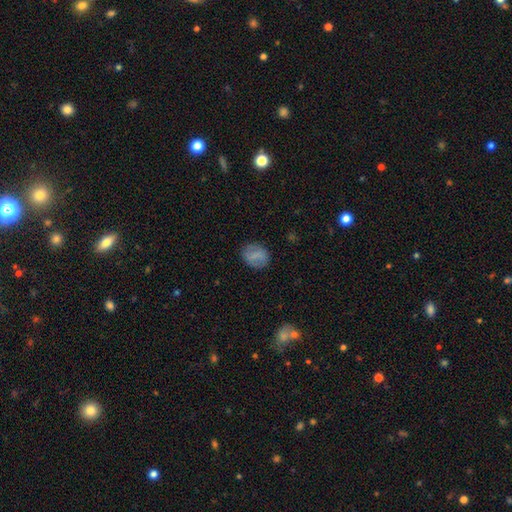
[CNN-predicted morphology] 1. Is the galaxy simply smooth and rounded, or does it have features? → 70% smooth, 21% featured or disk, 8% star or artifact.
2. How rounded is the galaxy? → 58% round, 40% in between, 1% cigar-shaped.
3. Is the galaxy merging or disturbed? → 84% none, 11% minor disturbance, 4% major disturbance, 1% merger.